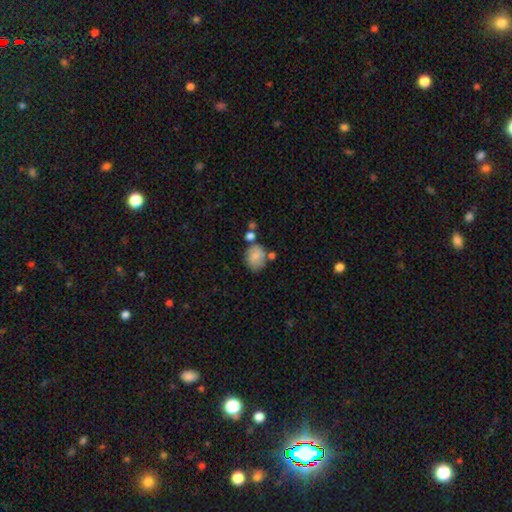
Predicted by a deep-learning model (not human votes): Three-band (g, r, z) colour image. It shows a smooth galaxy with no disk features (82%) that is in between round and cigar-shaped (52%). Merging: none (57%).